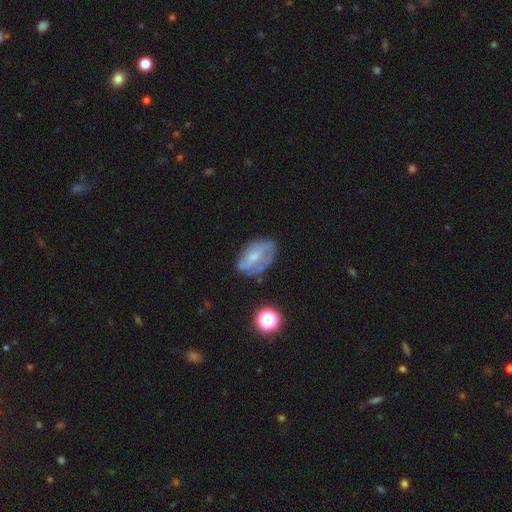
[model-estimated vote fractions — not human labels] This is possibly a featured or disk galaxy (52%). It is clearly not viewed edge-on (94%). Merging: possibly none (52%).